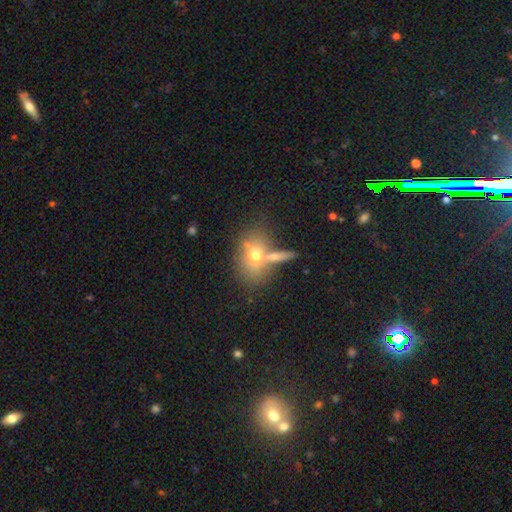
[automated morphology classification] Smooth or featured? Predicted: smooth (p=0.62). How rounded? Predicted: in between (p=0.63). Merging? Predicted: none (p=0.44).